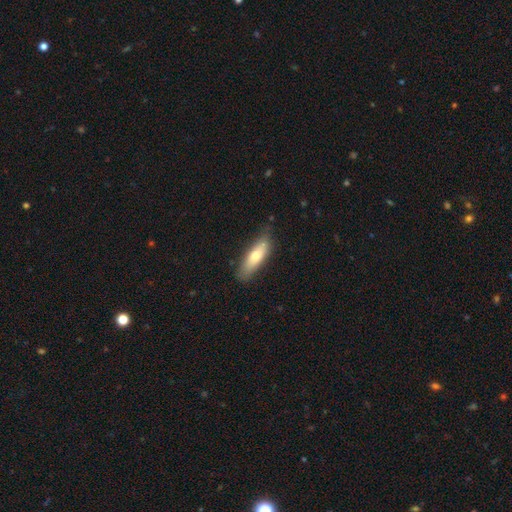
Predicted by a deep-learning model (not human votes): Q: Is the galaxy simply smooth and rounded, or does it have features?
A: smooth — 70%.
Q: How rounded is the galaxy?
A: cigar-shaped — 56%.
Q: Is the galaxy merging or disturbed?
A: none — 79%.